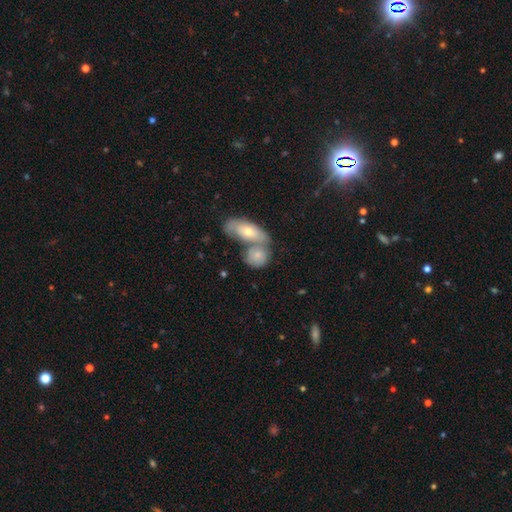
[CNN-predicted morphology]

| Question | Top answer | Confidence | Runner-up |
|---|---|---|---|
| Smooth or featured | smooth | 67% | featured or disk (27%) |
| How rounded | in between | 53% | round (42%) |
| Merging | merger | 60% | none (26%) |